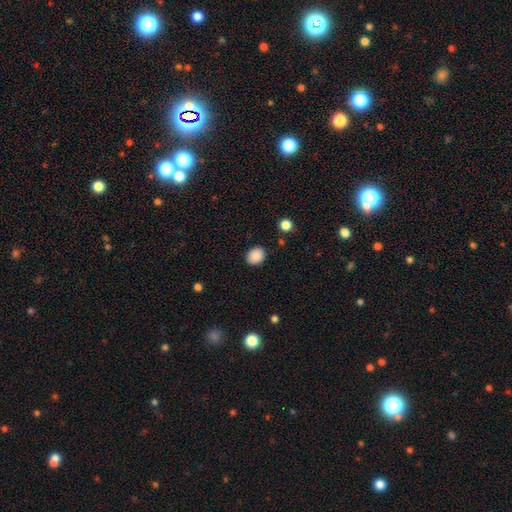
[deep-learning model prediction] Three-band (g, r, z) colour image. It shows a smooth galaxy with no disk features (88%) that is round (59%). Merging: none (87%).